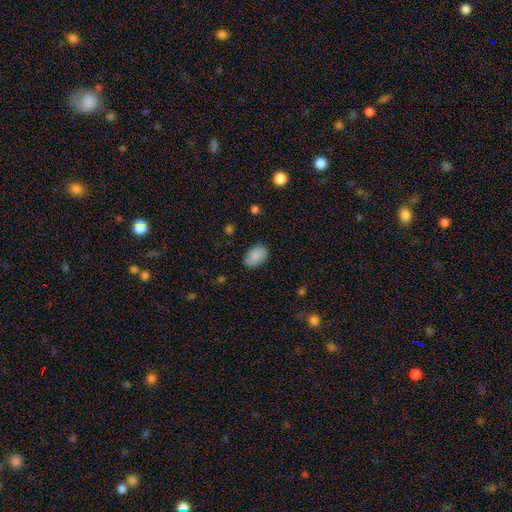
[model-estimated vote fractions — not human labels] Q: Smooth or featured?
A: smooth (86%); runner-up: featured or disk (7%)
Q: How rounded?
A: in between (87%); runner-up: round (12%)
Q: Merging?
A: none (83%); runner-up: minor disturbance (13%)